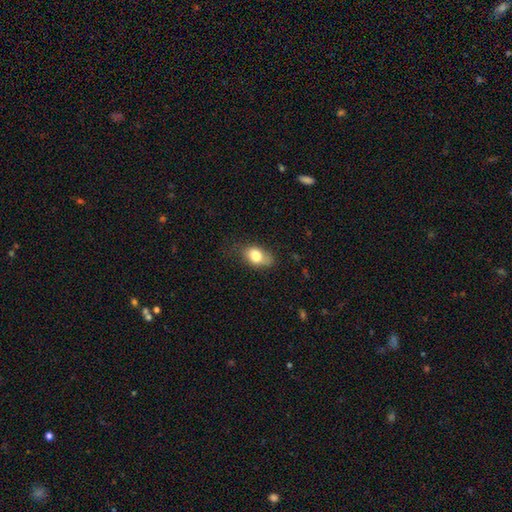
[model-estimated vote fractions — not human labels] Smooth or featured?
  - smooth: 78% *
  - featured or disk: 13%
  - star or artifact: 8%
How rounded?
  - in between: 82% *
  - round: 15%
  - cigar-shaped: 2%
Merging?
  - none: 58% *
  - minor disturbance: 31%
  - major disturbance: 9%
  - merger: 2%